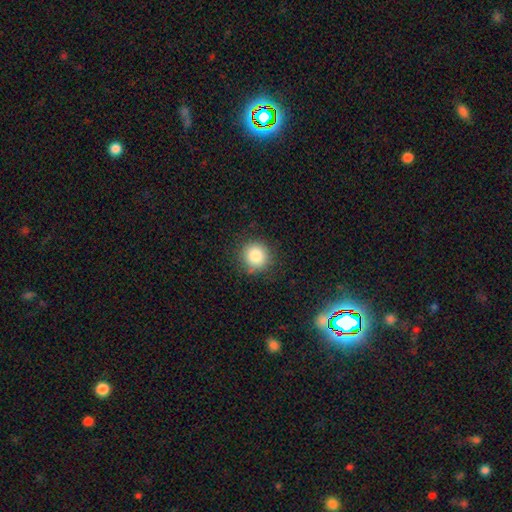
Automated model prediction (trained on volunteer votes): smooth-or-featured: smooth: 85% | star or artifact: 10% | featured or disk: 5%
  how-rounded: round: 93% | in between: 6% | cigar-shaped: 1%
  merging: none: 86% | minor disturbance: 10% | major disturbance: 3% | merger: 1%